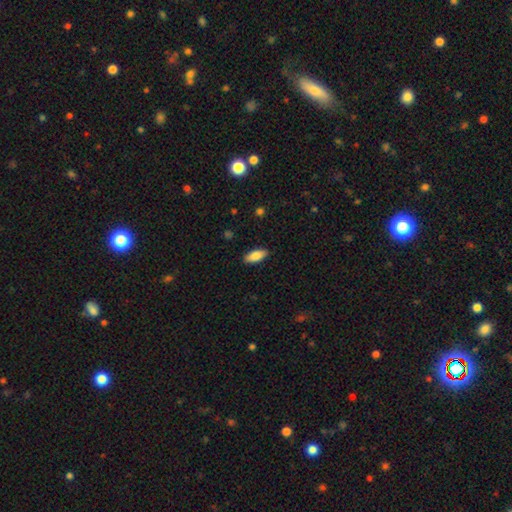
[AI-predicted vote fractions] A smooth galaxy with no disk features (85%) that is in between round and cigar-shaped (83%). Merging: none (88%).